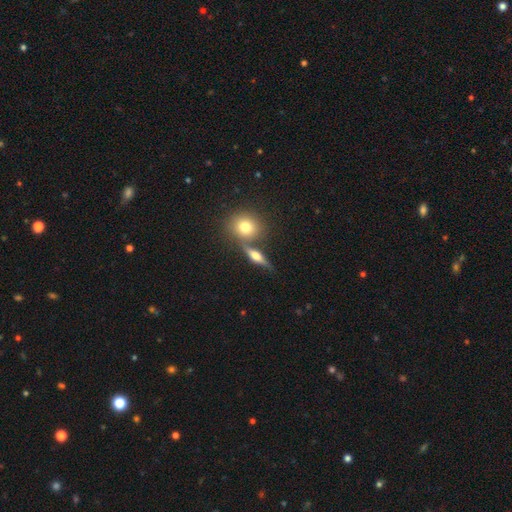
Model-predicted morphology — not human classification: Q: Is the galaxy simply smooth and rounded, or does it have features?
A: featured or disk — 58%.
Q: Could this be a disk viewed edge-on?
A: yes — 89%.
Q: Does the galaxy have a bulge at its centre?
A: rounded — 94%.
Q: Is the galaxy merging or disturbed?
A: none — 70%.